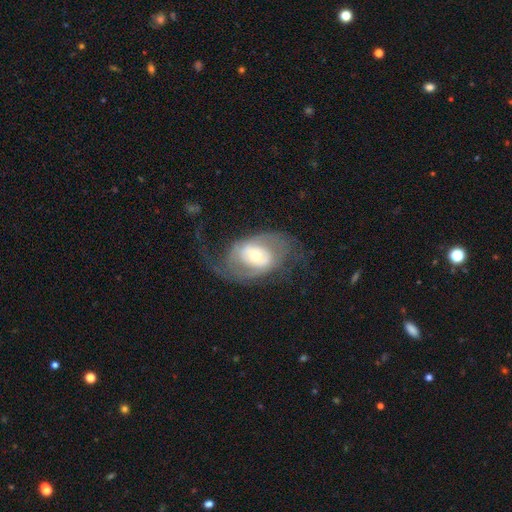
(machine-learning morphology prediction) This is likely a featured or disk galaxy (74%). It is clearly not viewed edge-on (95%). Bar: possibly no (50%). Spiral arm pattern: likely yes (79%). Spiral arm count: likely 2 (73%). Spiral winding: marginally medium (40%). Central bulge: possibly moderate (57%). Merging: possibly none (48%).